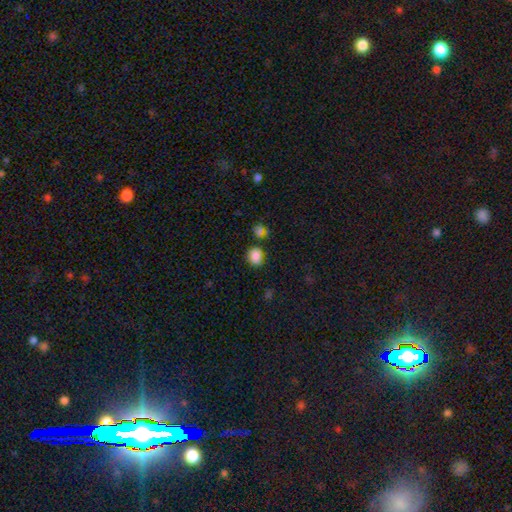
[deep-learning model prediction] smooth-or-featured: smooth: 86% | star or artifact: 11% | featured or disk: 4%
  how-rounded: round: 61% | in between: 38% | cigar-shaped: 1%
  merging: none: 74% | minor disturbance: 15% | merger: 7% | major disturbance: 4%